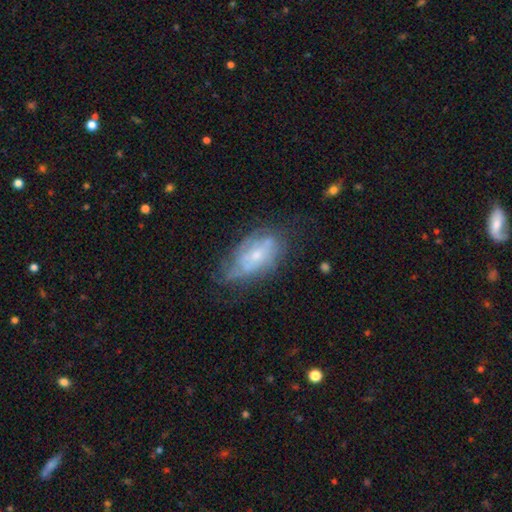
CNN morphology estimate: Smooth or featured?
  - featured or disk: 60% *
  - smooth: 31%
  - star or artifact: 8%
Edge-on disk?
  - no: 91% *
  - yes: 9%
Bar?
  - no: 72% *
  - weak: 23%
  - strong: 5%
Spiral arms?
  - yes: 59% *
  - no: 41%
Bulge size?
  - small: 57% *
  - moderate: 35%
  - none: 5%
  - large: 2%
  - dominant: 1%
Merging?
  - none: 51% *
  - minor disturbance: 30%
  - major disturbance: 17%
  - merger: 3%